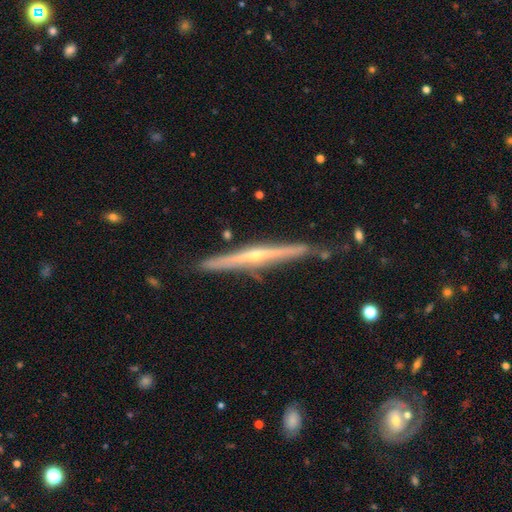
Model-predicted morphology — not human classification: A featured or disk galaxy (81%) viewed edge-on (98%) with a rounded central bulge (74%). Merging: none (82%).